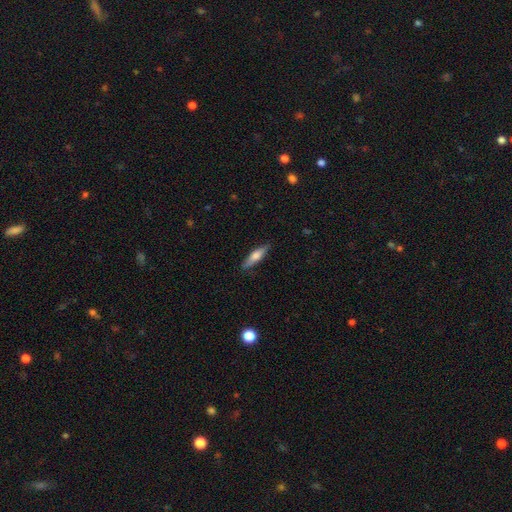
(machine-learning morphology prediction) Smooth or featured? Predicted: smooth (p=0.58). How rounded? Predicted: cigar-shaped (p=0.70). Merging? Predicted: none (p=0.86).